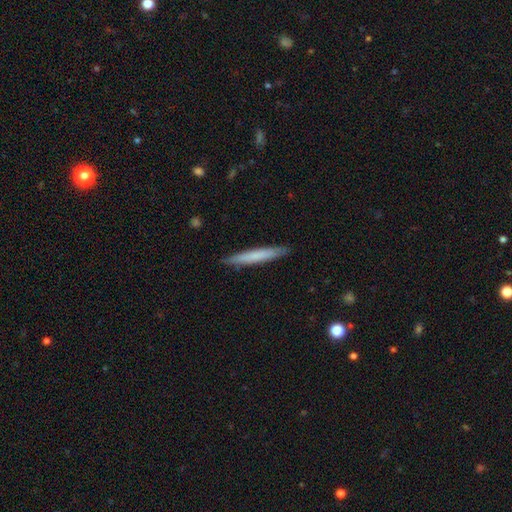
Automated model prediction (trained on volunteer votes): smooth-or-featured: smooth: 68% | featured or disk: 27% | star or artifact: 5%
  how-rounded: cigar-shaped: 96% | in between: 3% | round: 1%
  merging: none: 90% | minor disturbance: 8% | major disturbance: 1% | merger: 1%